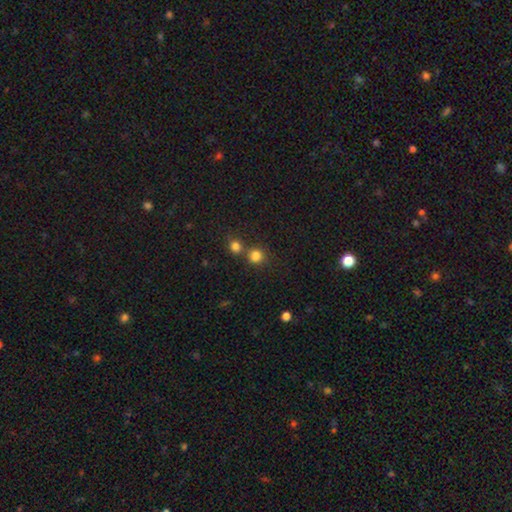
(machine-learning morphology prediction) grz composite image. It shows a smooth galaxy with no disk features (81%) that is round (86%). Merging: none (60%).